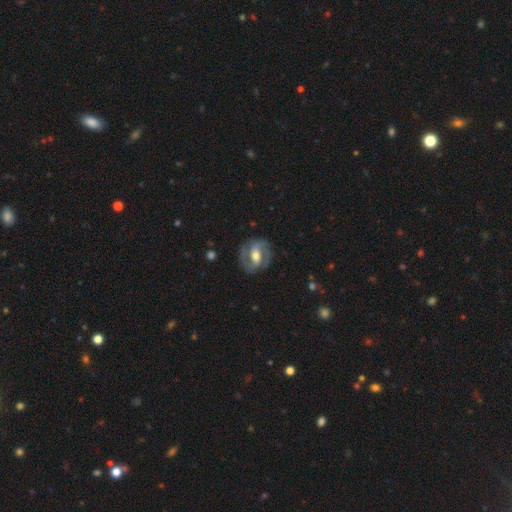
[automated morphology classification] A featured or disk galaxy (81%) with a weak bar (41%), 2 (88%) medium (50%) spiral arms (90%) and a moderate central bulge (68%).

Vote fractions:
- Smooth or featured? featured or disk: 81% / smooth: 14% / star or artifact: 5%
- Edge-on disk? no: 97% / yes: 3%
- Bar? weak: 41% / strong: 39% / no: 21%
- Spiral arms? yes: 90% / no: 10%
- Spiral winding? medium: 50% / tight: 35% / loose: 15%
- Spiral arm count? 2: 88% / can't tell: 5% / 3: 3% / 1: 2% / 4: 1% / more than 4: 1%
- Bulge size? moderate: 68% / small: 15% / large: 14% / none: 2% / dominant: 1%
- Merging? none: 80% / minor disturbance: 13% / major disturbance: 5% / merger: 1%